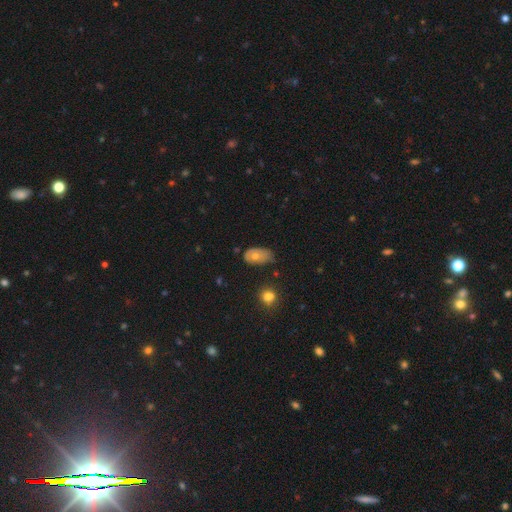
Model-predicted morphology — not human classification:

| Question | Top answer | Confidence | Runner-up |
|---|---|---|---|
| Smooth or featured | smooth | 63% | featured or disk (28%) |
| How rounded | in between | 88% | round (10%) |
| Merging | minor disturbance | 44% | none (36%) |